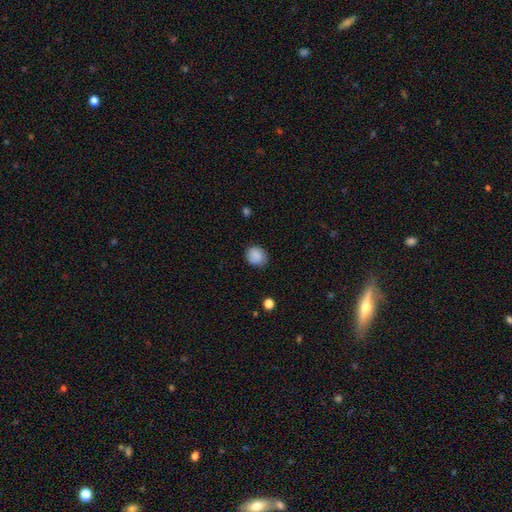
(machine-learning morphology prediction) Smooth or featured: smooth — 88% (star or artifact — 8%)
How rounded: round — 73% (in between — 26%)
Merging: none — 82% (minor disturbance — 14%)